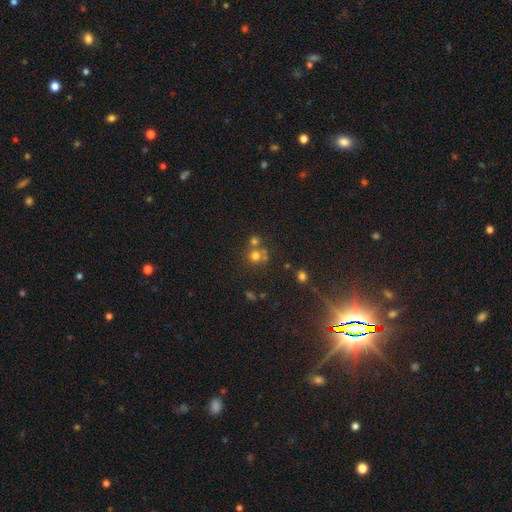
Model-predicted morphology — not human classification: The model was most divided on "merging": none: 56%, merger: 32%, minor disturbance: 8%, major disturbance: 4%. More confident: how rounded — round (89%); smooth or featured — smooth (67%).